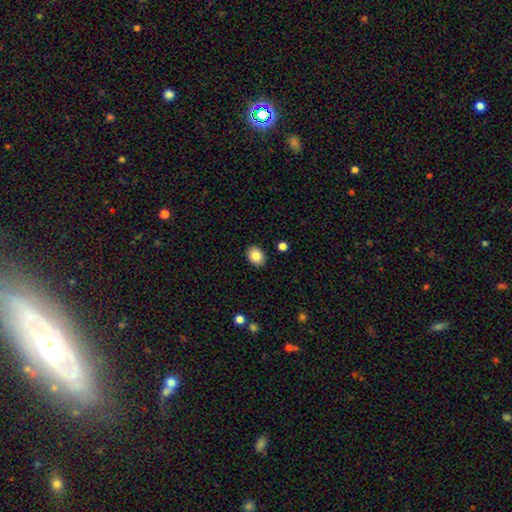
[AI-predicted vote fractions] The model was most divided on "how rounded": in between: 57%, round: 43%, cigar-shaped: 1%. More confident: merging — none (90%); smooth or featured — smooth (85%).